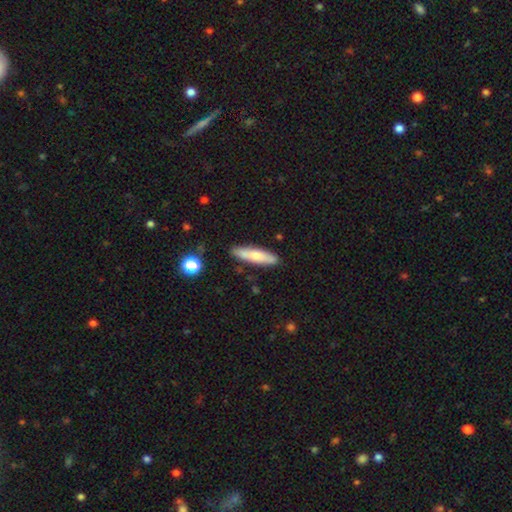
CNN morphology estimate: Smooth or featured? smooth (66%)
How rounded? cigar-shaped (74%)
Merging? none (84%)